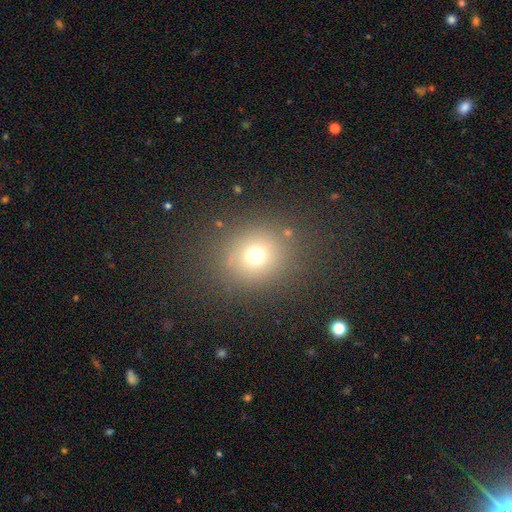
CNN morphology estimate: This appears to be a smooth galaxy with no disk features (69%) that is round (79%). Merging: none (82%).